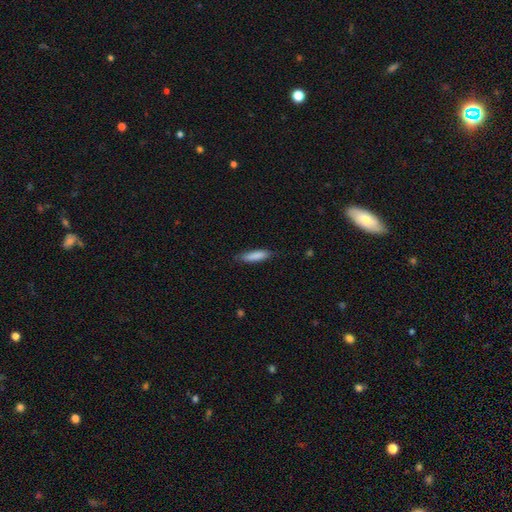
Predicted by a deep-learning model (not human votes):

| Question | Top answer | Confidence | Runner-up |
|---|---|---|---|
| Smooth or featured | smooth | 86% | featured or disk (8%) |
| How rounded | cigar-shaped | 66% | in between (33%) |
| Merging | none | 81% | minor disturbance (15%) |